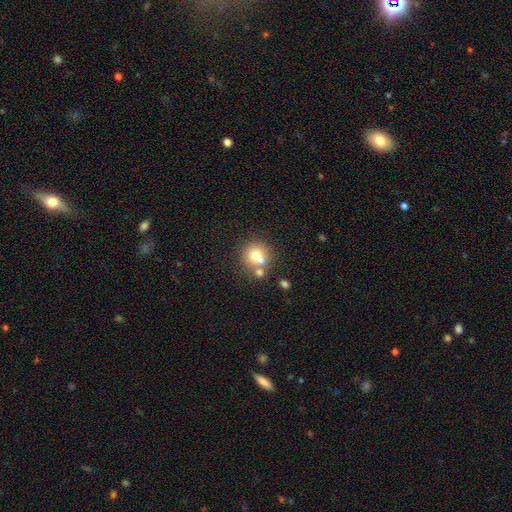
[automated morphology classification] A smooth galaxy with no disk features (70%) that is round (88%).

Vote fractions:
- Smooth or featured? smooth: 70% / featured or disk: 18% / star or artifact: 12%
- How rounded? round: 88% / in between: 11% / cigar-shaped: 1%
- Merging? none: 54% / merger: 32% / minor disturbance: 9% / major disturbance: 4%